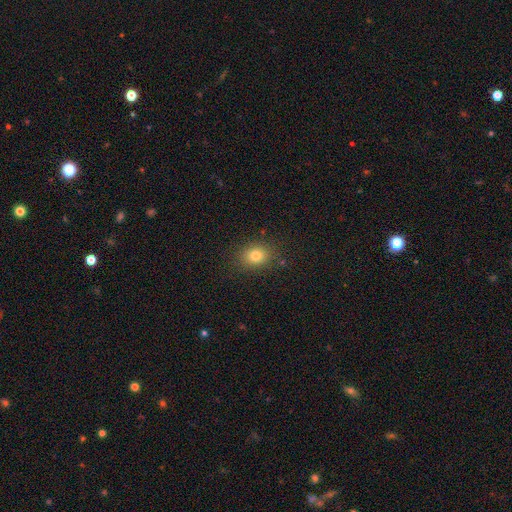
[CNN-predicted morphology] smooth_or_featured: smooth (p=0.80) [alt: star or artifact p=0.12]
how_rounded: in between (p=0.53) [alt: round p=0.46]
merging: none (p=0.84) [alt: minor disturbance p=0.10]